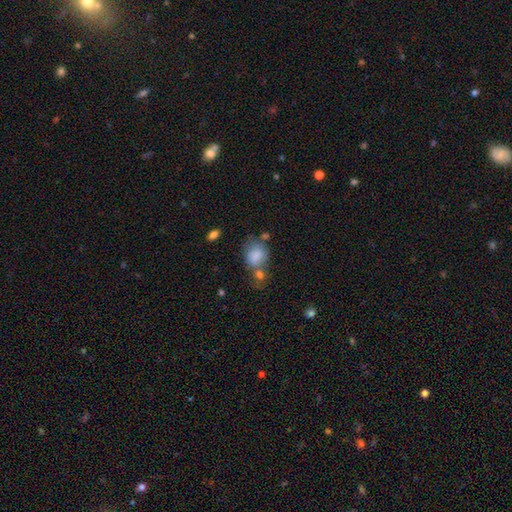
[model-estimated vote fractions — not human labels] A smooth galaxy with no disk features (79%) that is in between round and cigar-shaped (57%).

Vote fractions:
- Smooth or featured? smooth: 79% / featured or disk: 12% / star or artifact: 9%
- How rounded? in between: 57% / round: 42% / cigar-shaped: 1%
- Merging? none: 36% / merger: 33% / minor disturbance: 19% / major disturbance: 11%